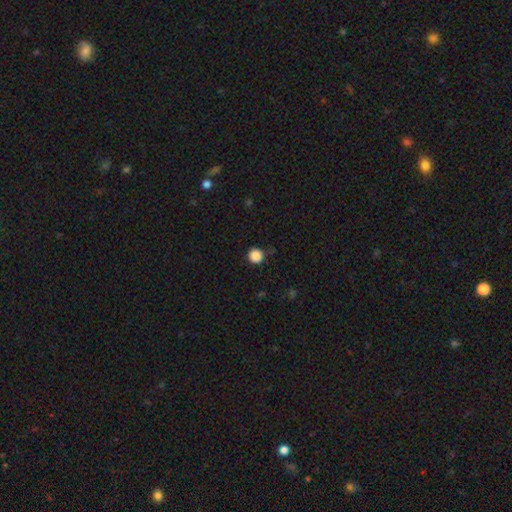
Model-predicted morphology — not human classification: Q: Smooth or featured?
A: smooth (87%); runner-up: star or artifact (11%)
Q: How rounded?
A: round (95%); runner-up: in between (4%)
Q: Merging?
A: none (86%); runner-up: minor disturbance (10%)